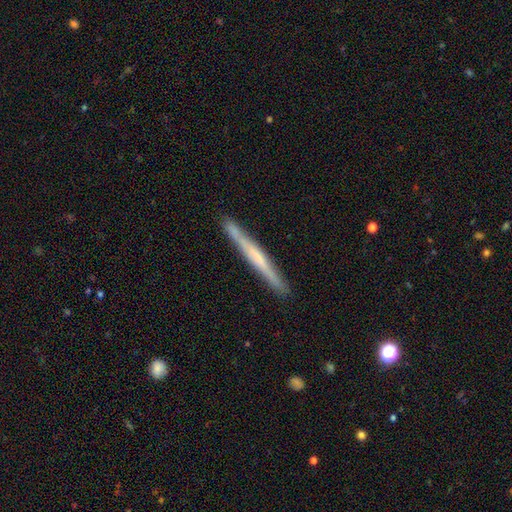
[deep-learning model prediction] Q: Smooth or featured?
A: featured or disk (56%); runner-up: smooth (39%)
Q: Edge-on disk?
A: yes (96%); runner-up: no (4%)
Q: Edge-on bulge?
A: none (61%); runner-up: rounded (22%)
Q: Merging?
A: none (86%); runner-up: minor disturbance (10%)